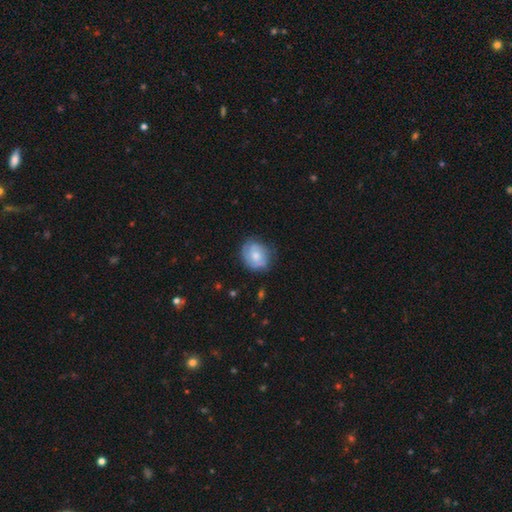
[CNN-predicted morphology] Smooth or featured?
  - smooth: 55% *
  - featured or disk: 38%
  - star or artifact: 7%
How rounded?
  - round: 68% *
  - in between: 31%
  - cigar-shaped: 1%
Merging?
  - none: 67% *
  - minor disturbance: 24%
  - major disturbance: 7%
  - merger: 1%